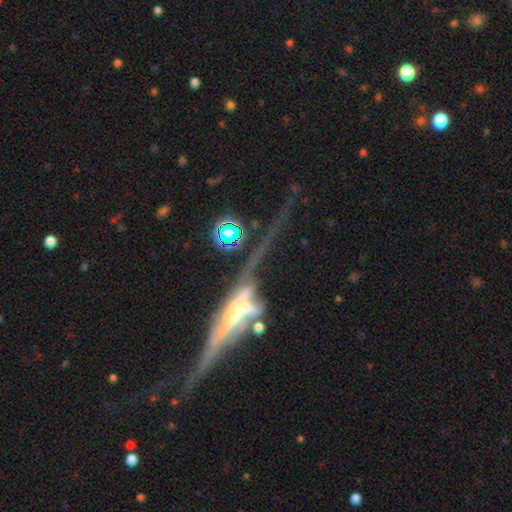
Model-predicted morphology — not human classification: smooth_or_featured: featured or disk (p=0.83) [alt: star or artifact p=0.10]
disk_edge_on: yes (p=0.91) [alt: no p=0.09]
edge_on_bulge: rounded (p=0.66) [alt: boxy p=0.21]
merging: none (p=0.59) [alt: minor disturbance p=0.18]